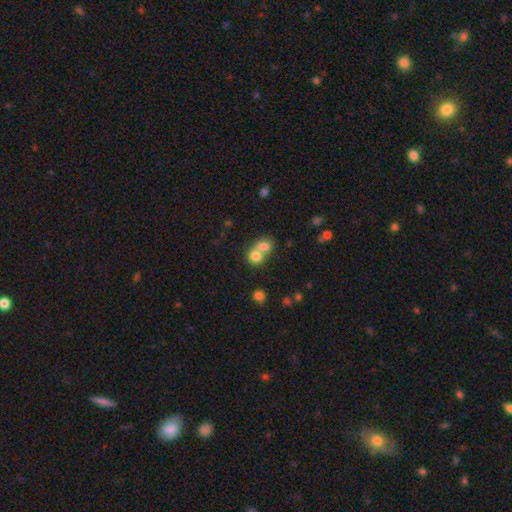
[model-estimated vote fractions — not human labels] smooth_or_featured: smooth (p=0.76) [alt: featured or disk p=0.14]
how_rounded: round (p=0.69) [alt: in between p=0.30]
merging: merger (p=0.68) [alt: none p=0.24]